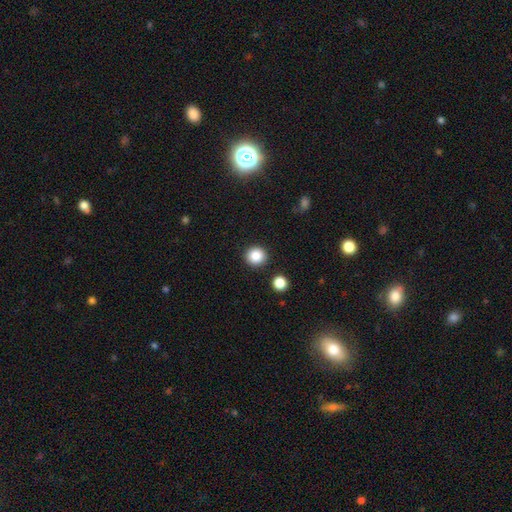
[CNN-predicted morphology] Smooth or featured?
  - smooth: 86% *
  - star or artifact: 10%
  - featured or disk: 4%
How rounded?
  - round: 93% *
  - in between: 6%
  - cigar-shaped: 1%
Merging?
  - none: 90% *
  - minor disturbance: 6%
  - merger: 3%
  - major disturbance: 2%